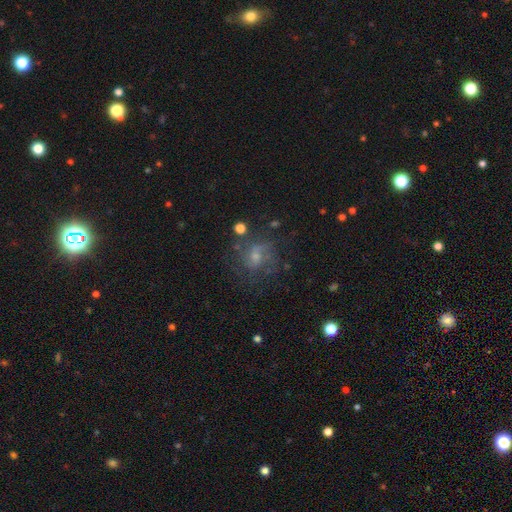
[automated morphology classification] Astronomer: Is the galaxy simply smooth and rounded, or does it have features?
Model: featured or disk — 53% (runner-up: smooth, 29%).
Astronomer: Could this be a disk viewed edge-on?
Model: no — 97%.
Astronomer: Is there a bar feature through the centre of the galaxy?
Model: no — 57% (runner-up: weak, 37%).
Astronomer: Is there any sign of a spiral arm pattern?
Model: yes — 74%.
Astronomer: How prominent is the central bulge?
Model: small — 48% (runner-up: moderate, 37%).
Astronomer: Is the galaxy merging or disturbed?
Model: none — 61%.